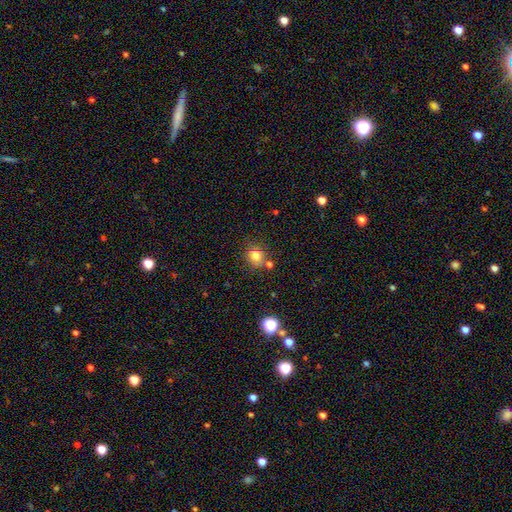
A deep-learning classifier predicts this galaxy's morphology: Overall: smooth (79%). How rounded: round (79%). Merging: none (72%).